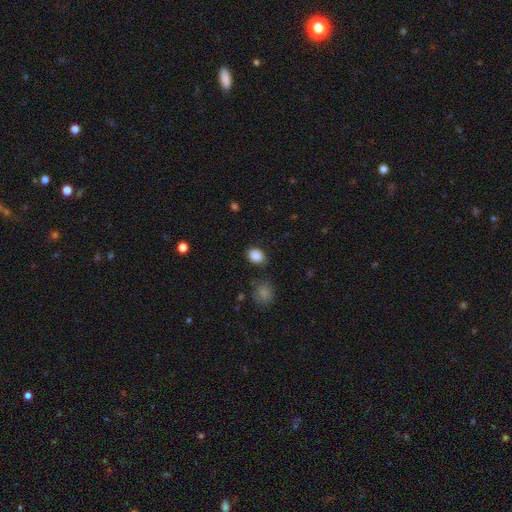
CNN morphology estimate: This appears to be a smooth galaxy with no disk features (87%) that is in between round and cigar-shaped (51%). Merging: none (80%).